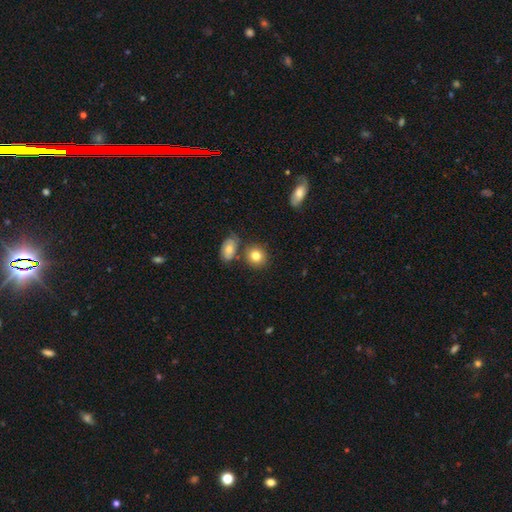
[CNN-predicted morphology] Smooth or featured?
  - smooth: 81% *
  - featured or disk: 10%
  - star or artifact: 9%
How rounded?
  - round: 76% *
  - in between: 23%
  - cigar-shaped: 1%
Merging?
  - none: 71% *
  - merger: 14%
  - minor disturbance: 11%
  - major disturbance: 3%